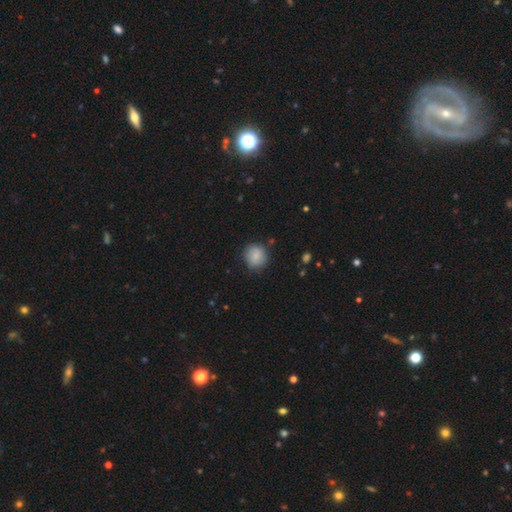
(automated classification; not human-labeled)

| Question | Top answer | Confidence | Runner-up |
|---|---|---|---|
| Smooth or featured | smooth | 83% | featured or disk (9%) |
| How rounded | round | 89% | in between (10%) |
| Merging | none | 82% | minor disturbance (13%) |